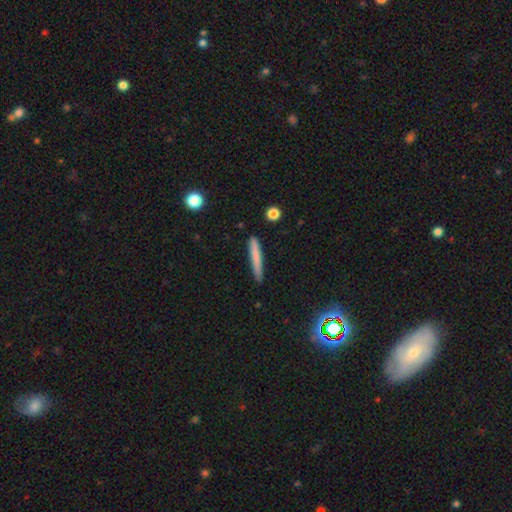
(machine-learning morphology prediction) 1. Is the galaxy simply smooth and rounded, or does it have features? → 74% smooth, 20% featured or disk, 6% star or artifact.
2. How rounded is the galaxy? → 96% cigar-shaped, 3% in between, 1% round.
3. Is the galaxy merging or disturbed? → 85% none, 11% minor disturbance, 2% major disturbance, 2% merger.